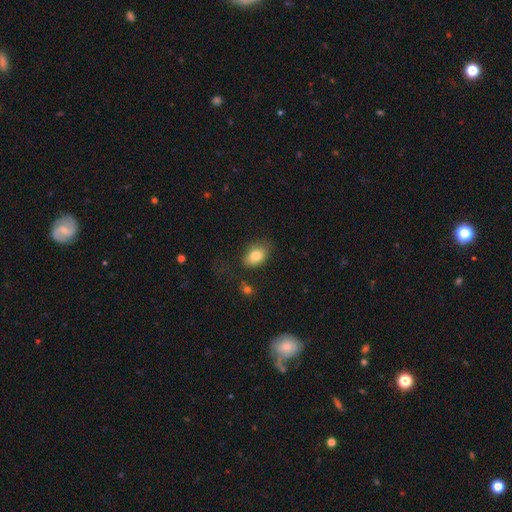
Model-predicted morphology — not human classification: Smooth or featured?
  - smooth: 81% *
  - featured or disk: 11%
  - star or artifact: 9%
How rounded?
  - in between: 84% *
  - round: 14%
  - cigar-shaped: 1%
Merging?
  - none: 70% *
  - minor disturbance: 21%
  - major disturbance: 6%
  - merger: 3%